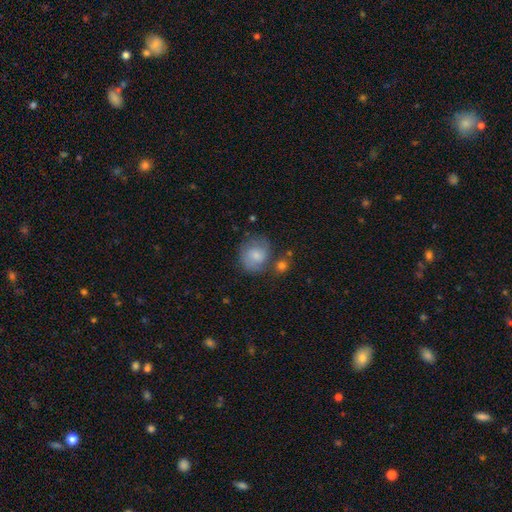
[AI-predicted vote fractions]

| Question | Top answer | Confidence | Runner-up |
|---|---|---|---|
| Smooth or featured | smooth | 61% | featured or disk (31%) |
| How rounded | round | 77% | in between (22%) |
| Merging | none | 62% | minor disturbance (20%) |